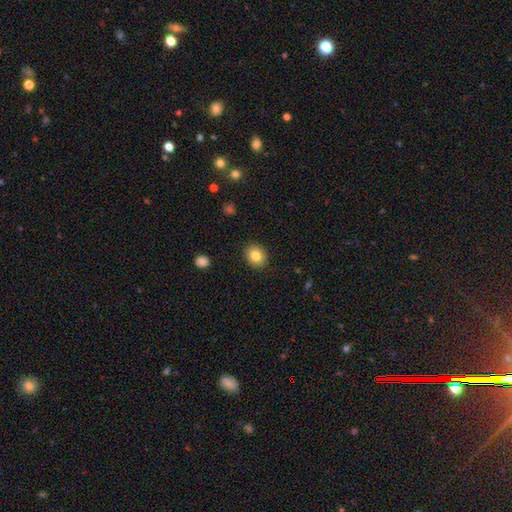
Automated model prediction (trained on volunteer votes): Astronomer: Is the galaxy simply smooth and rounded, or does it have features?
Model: smooth — 82%.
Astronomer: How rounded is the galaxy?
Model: round — 63%.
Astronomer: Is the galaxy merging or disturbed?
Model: none — 89%.